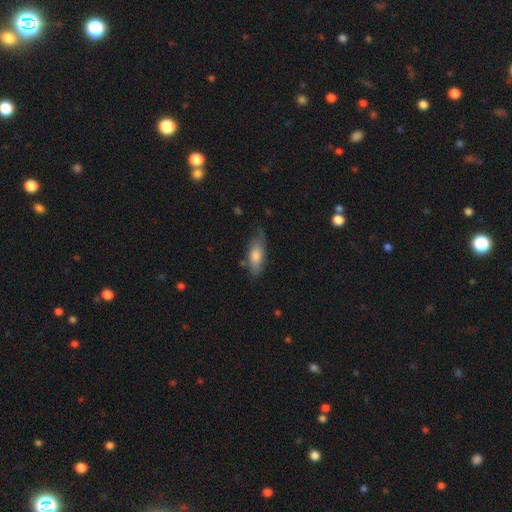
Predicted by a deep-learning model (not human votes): Smooth or featured?
  - smooth: 68% *
  - featured or disk: 26%
  - star or artifact: 7%
How rounded?
  - in between: 62% *
  - cigar-shaped: 36%
  - round: 2%
Merging?
  - none: 62% *
  - minor disturbance: 28%
  - major disturbance: 7%
  - merger: 3%